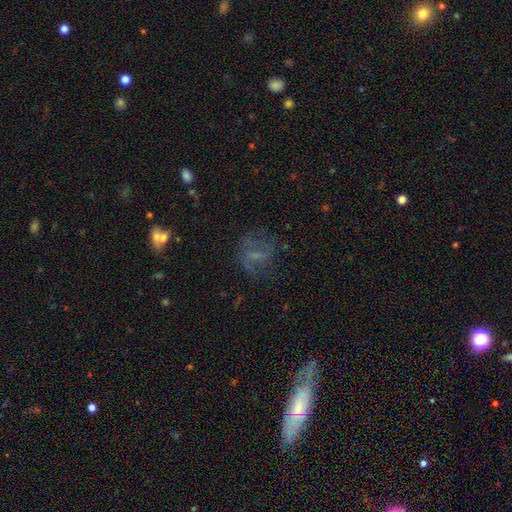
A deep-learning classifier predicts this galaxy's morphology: smooth_or_featured: featured or disk (p=0.48) [alt: smooth p=0.34]
merging: none (p=0.57) [alt: major disturbance p=0.22]